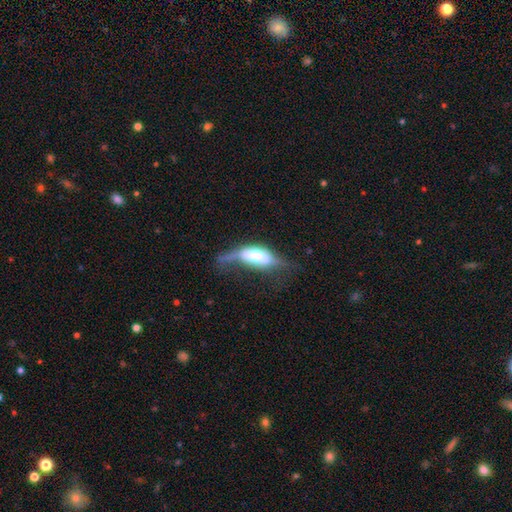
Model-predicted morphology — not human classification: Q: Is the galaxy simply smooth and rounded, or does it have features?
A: smooth — 47%.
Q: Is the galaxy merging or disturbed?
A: major disturbance — 45%.